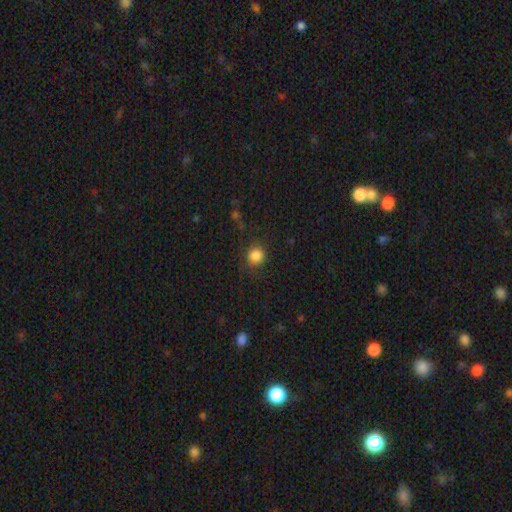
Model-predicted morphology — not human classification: This is clearly a smooth galaxy (85%). How rounded: clearly round (85%). Merging: clearly none (81%).